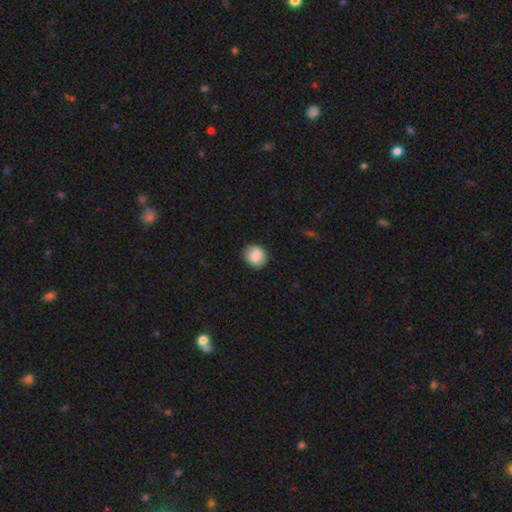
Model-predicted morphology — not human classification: A smooth galaxy with no disk features (88%) that is round (80%).

Vote fractions:
- Smooth or featured? smooth: 88% / star or artifact: 8% / featured or disk: 5%
- How rounded? round: 80% / in between: 19% / cigar-shaped: 1%
- Merging? none: 86% / minor disturbance: 11% / major disturbance: 2% / merger: 1%